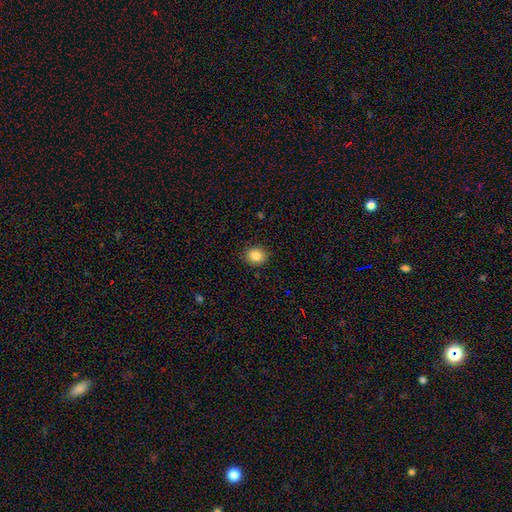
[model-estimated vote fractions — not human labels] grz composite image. It shows a smooth galaxy with no disk features (85%) that is round (72%). Merging: none (89%).